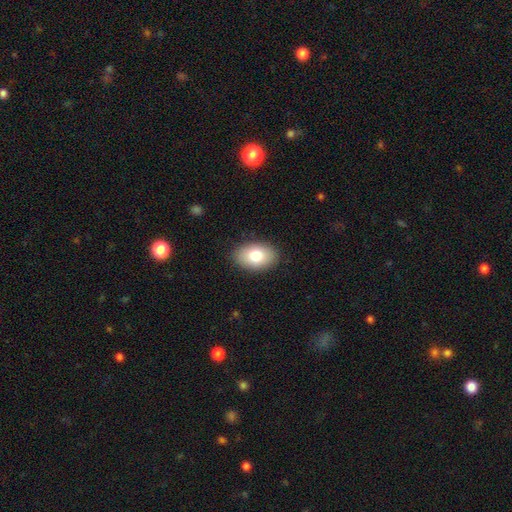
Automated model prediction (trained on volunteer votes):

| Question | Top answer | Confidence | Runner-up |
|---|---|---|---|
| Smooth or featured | smooth | 79% | featured or disk (13%) |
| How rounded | in between | 86% | round (12%) |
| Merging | none | 88% | minor disturbance (8%) |